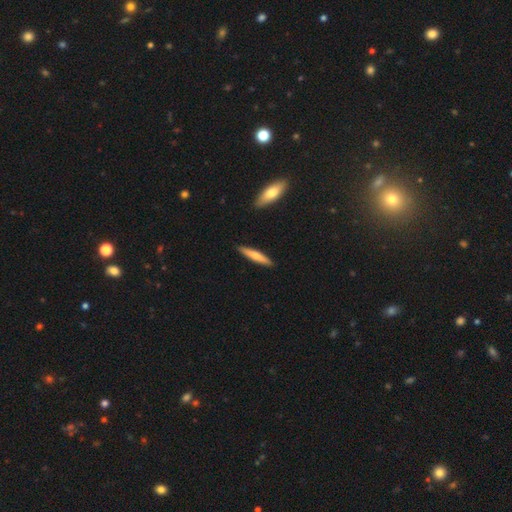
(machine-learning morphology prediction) A smooth galaxy with no disk features (62%) that is cigar-shaped (90%). Merging: none (90%).